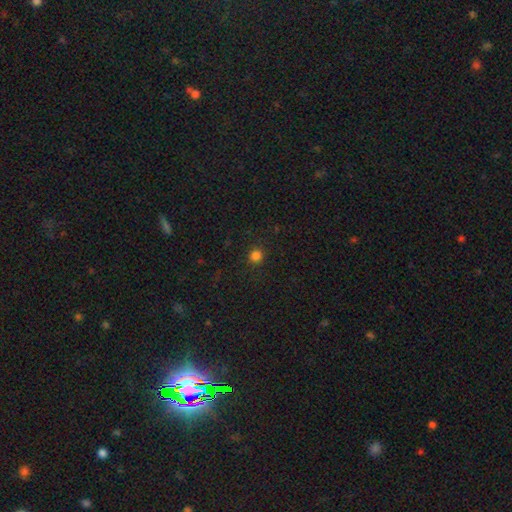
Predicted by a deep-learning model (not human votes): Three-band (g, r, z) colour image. It shows a smooth galaxy with no disk features (80%) that is round (90%). Merging: none (90%).